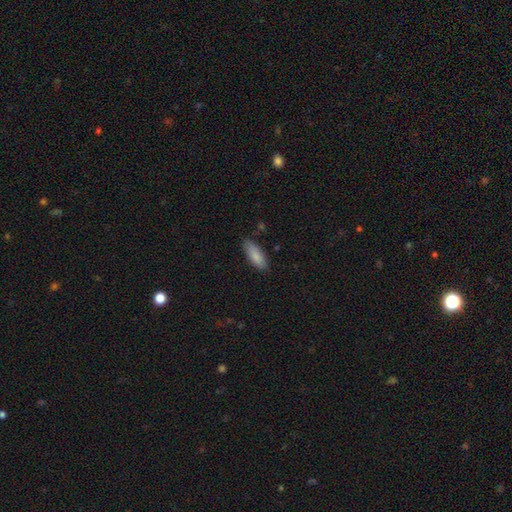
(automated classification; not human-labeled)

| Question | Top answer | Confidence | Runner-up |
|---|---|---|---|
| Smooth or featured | smooth | 86% | featured or disk (8%) |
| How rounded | in between | 72% | cigar-shaped (26%) |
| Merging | none | 81% | minor disturbance (15%) |